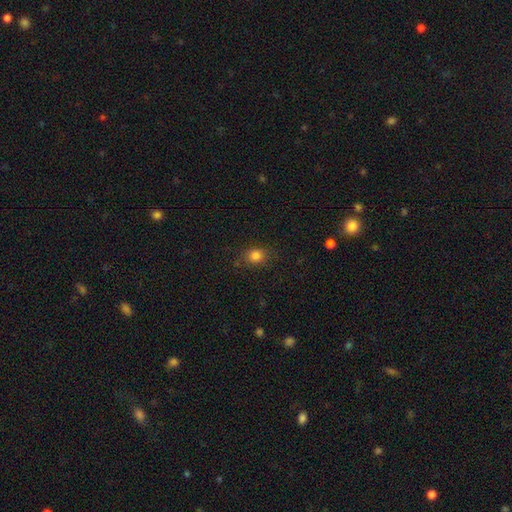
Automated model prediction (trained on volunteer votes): A smooth galaxy with no disk features (82%) that is round (59%). Merging: none (80%).